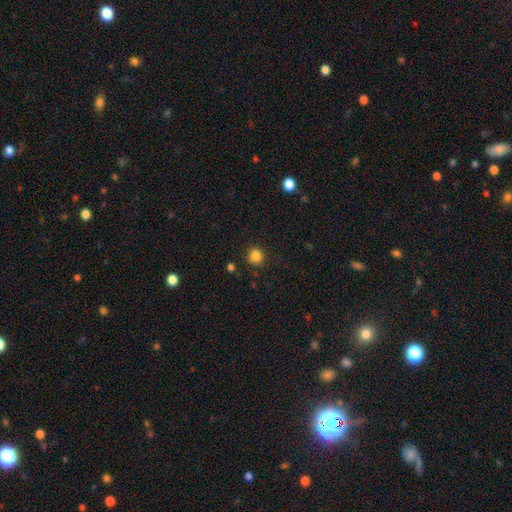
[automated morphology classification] smooth_or_featured: smooth (p=0.84) [alt: star or artifact p=0.12]
how_rounded: round (p=0.88) [alt: in between p=0.11]
merging: none (p=0.86) [alt: minor disturbance p=0.09]